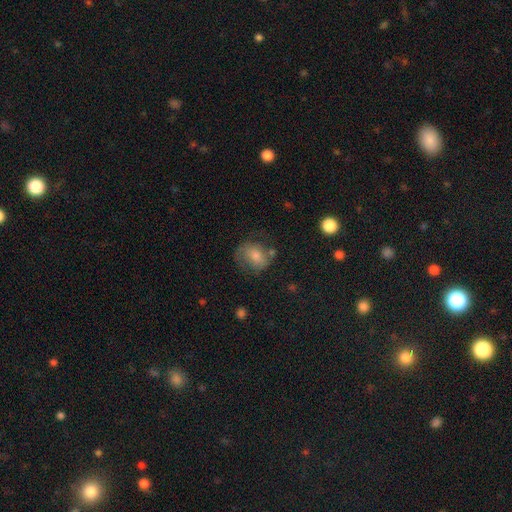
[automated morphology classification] Q: Smooth or featured?
A: smooth (66%); runner-up: featured or disk (25%)
Q: How rounded?
A: round (53%); runner-up: in between (46%)
Q: Merging?
A: none (53%); runner-up: minor disturbance (26%)